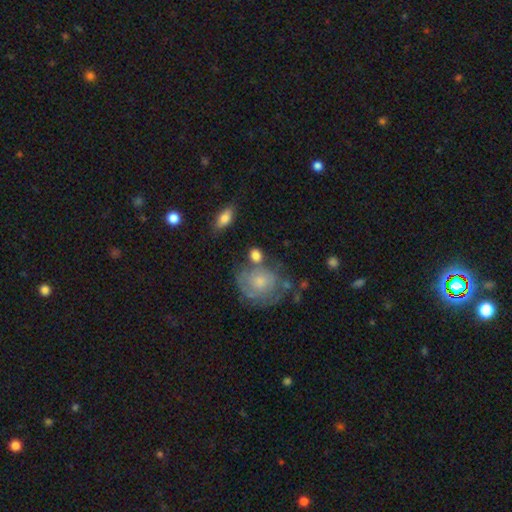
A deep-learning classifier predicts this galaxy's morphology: smooth-or-featured: smooth: 70% | featured or disk: 22% | star or artifact: 9%
  how-rounded: round: 62% | in between: 36% | cigar-shaped: 2%
  merging: none: 54% | minor disturbance: 19% | merger: 18% | major disturbance: 9%